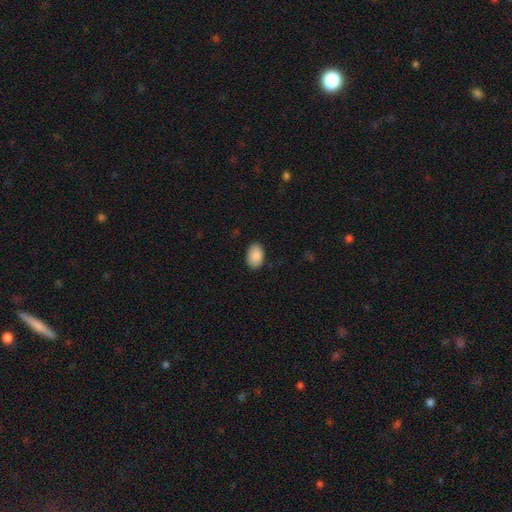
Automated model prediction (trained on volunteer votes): Overall: smooth (90%). How rounded: in between (90%). Merging: none (87%).